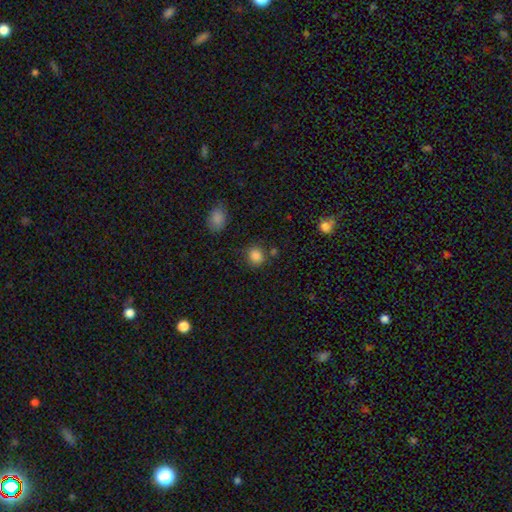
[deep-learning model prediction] Smooth or featured: smooth — 85% (star or artifact — 11%)
How rounded: round — 75% (in between — 24%)
Merging: none — 76% (minor disturbance — 13%)